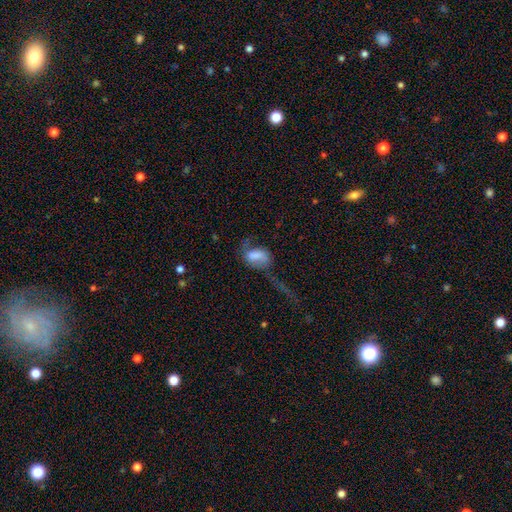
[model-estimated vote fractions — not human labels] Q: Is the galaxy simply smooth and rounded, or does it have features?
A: smooth — 58%.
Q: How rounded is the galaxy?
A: in between — 85%.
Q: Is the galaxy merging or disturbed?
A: major disturbance — 49%.